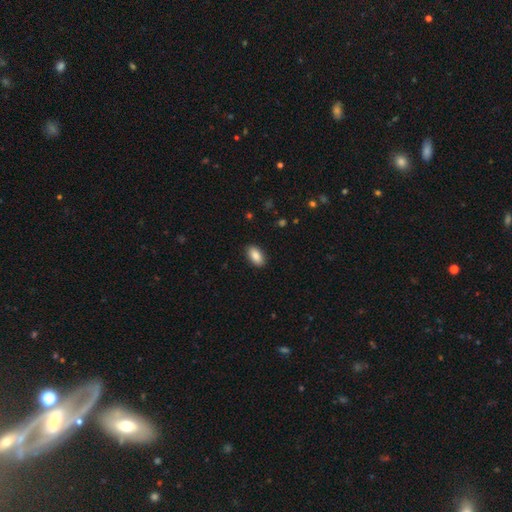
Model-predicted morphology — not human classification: smooth-or-featured: smooth: 88% | star or artifact: 7% | featured or disk: 5%
  how-rounded: in between: 93% | round: 3% | cigar-shaped: 3%
  merging: none: 89% | minor disturbance: 8% | major disturbance: 2% | merger: 1%